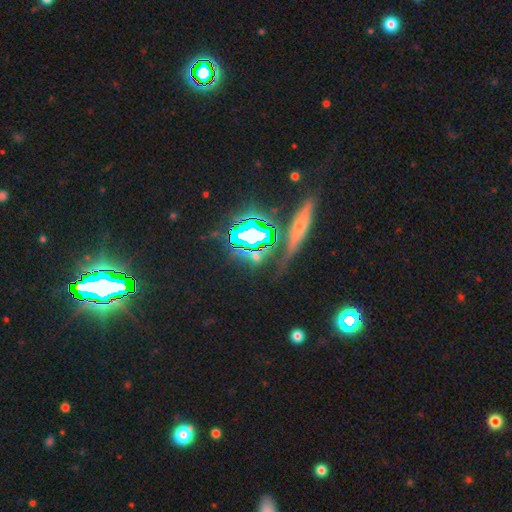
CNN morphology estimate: type=star or artifact (62%).